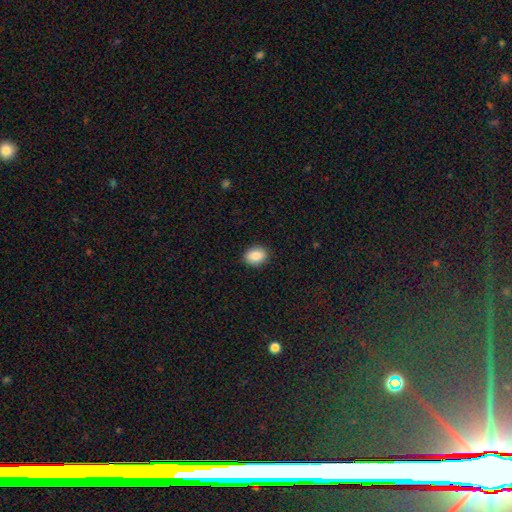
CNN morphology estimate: Smooth or featured? smooth (88%)
How rounded? in between (63%)
Merging? none (90%)